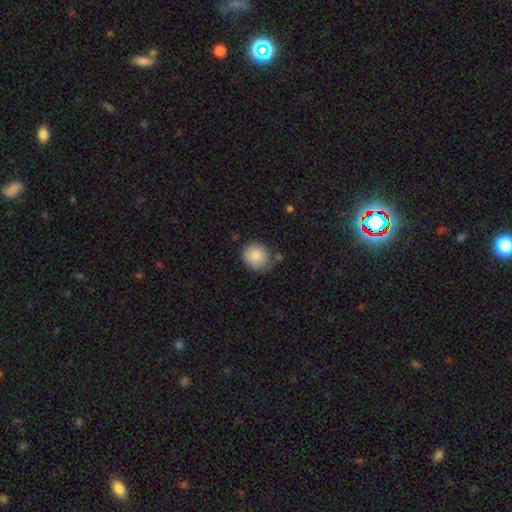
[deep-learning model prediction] The model was most divided on "merging": none: 72%, minor disturbance: 19%, merger: 5%, major disturbance: 4%. More confident: smooth or featured — smooth (87%); how rounded — round (81%).